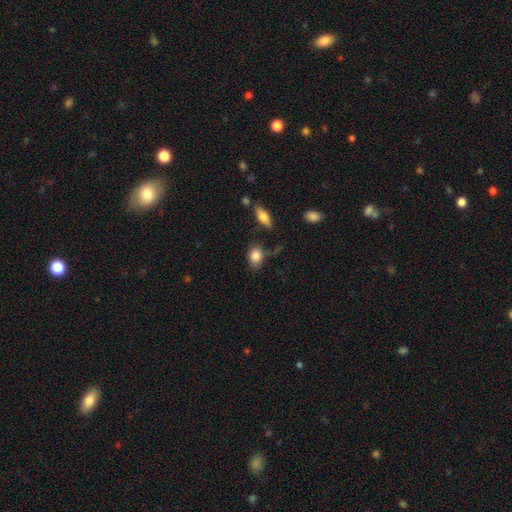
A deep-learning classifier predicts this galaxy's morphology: A smooth galaxy with no disk features (84%) that is in between round and cigar-shaped (70%). Merging: none (67%).